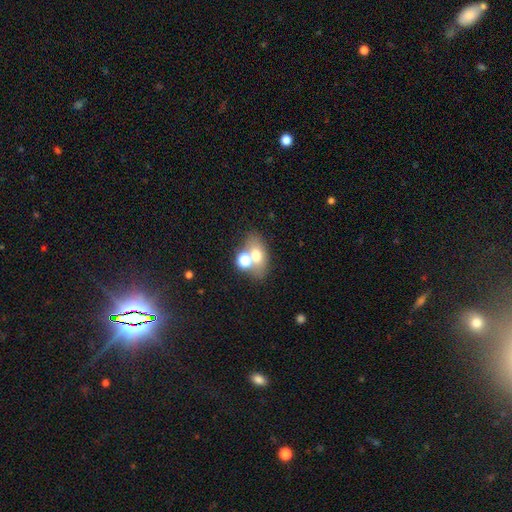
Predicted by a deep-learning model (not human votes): Morphology: type=smooth (64%); roundness=in between (70%); merging=none (51%).